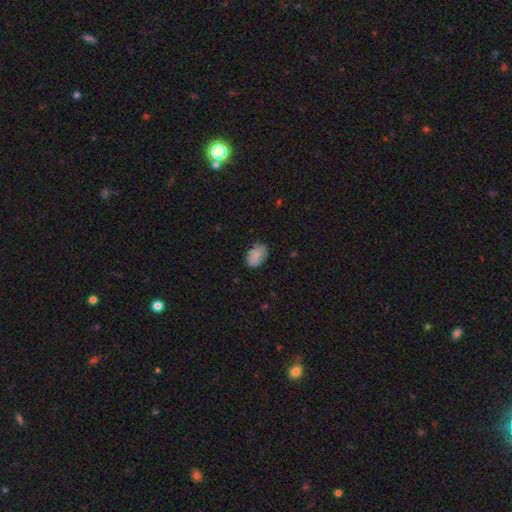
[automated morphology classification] type=smooth (84%); roundness=in between (83%); merging=none (80%).